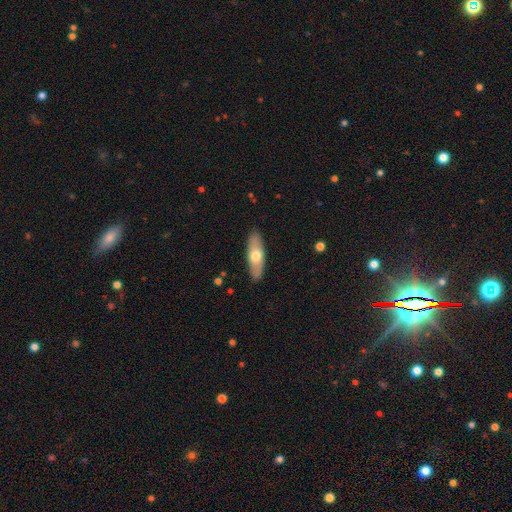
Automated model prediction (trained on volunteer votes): Smooth or featured: smooth — 59% (featured or disk — 36%)
How rounded: in between — 57% (cigar-shaped — 40%)
Merging: none — 88% (minor disturbance — 9%)